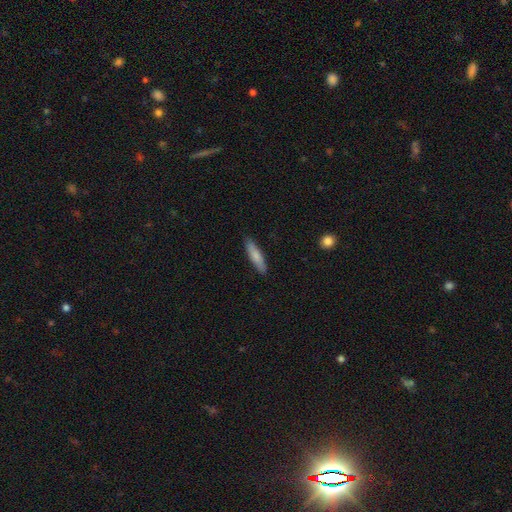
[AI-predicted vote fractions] This appears to be a smooth galaxy with no disk features (80%) that is cigar-shaped (77%). Merging: none (88%).